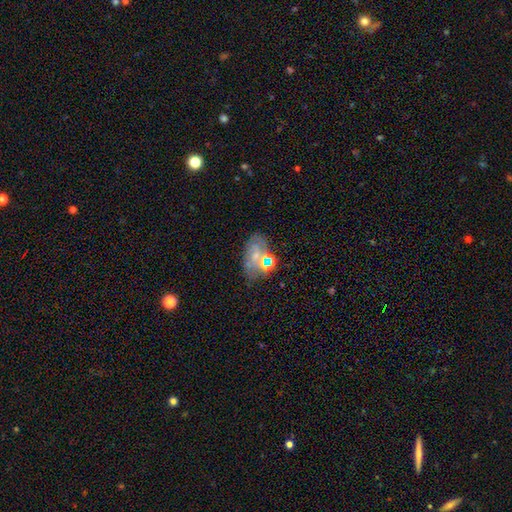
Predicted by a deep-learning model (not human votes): The model was most divided on "smooth or featured": featured or disk: 48%, smooth: 32%, star or artifact: 20%. Remaining: merging — none (49%).